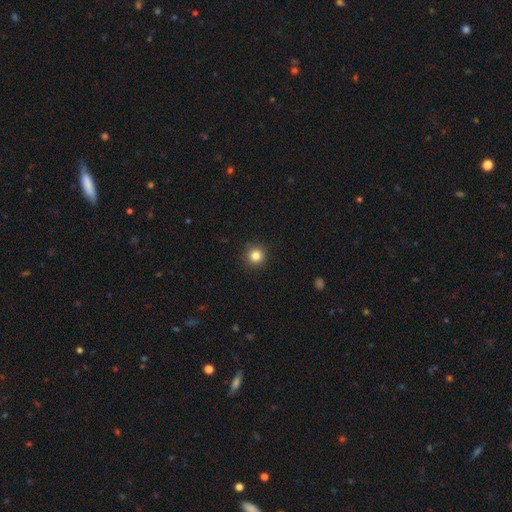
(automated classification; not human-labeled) The model was most divided on "smooth or featured": smooth: 83%, star or artifact: 12%, featured or disk: 5%. More confident: how rounded — round (95%); merging — none (92%).